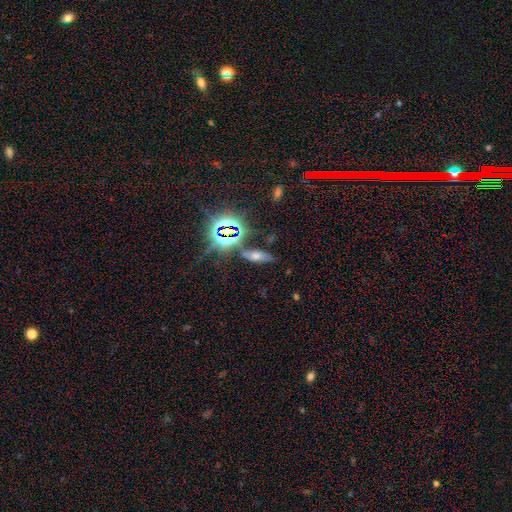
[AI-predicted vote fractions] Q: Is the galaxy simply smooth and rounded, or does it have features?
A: smooth — 41%.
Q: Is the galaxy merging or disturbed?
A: none — 68%.